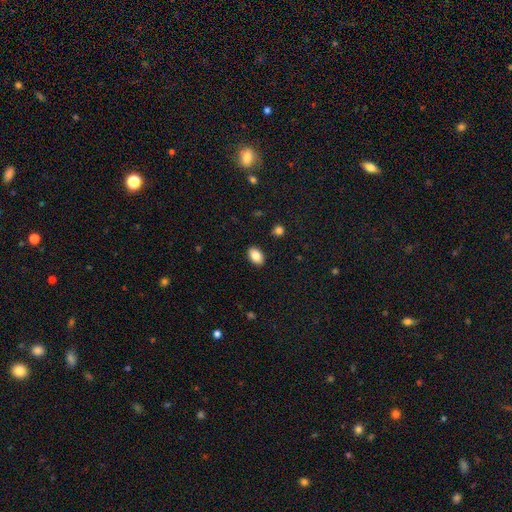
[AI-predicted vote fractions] smooth-or-featured: smooth: 86% | star or artifact: 8% | featured or disk: 7%
  how-rounded: in between: 91% | round: 8% | cigar-shaped: 2%
  merging: none: 89% | minor disturbance: 8% | major disturbance: 2% | merger: 1%